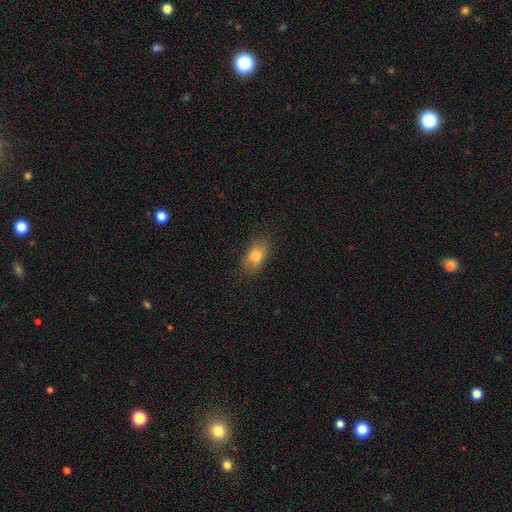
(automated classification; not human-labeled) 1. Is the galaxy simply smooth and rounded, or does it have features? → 80% smooth, 11% featured or disk, 9% star or artifact.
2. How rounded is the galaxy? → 84% in between, 11% round, 5% cigar-shaped.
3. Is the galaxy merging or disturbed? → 79% none, 16% minor disturbance, 4% major disturbance, 1% merger.